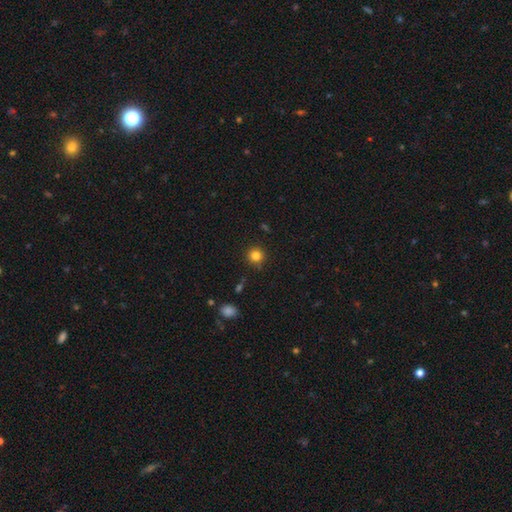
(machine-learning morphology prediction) A smooth galaxy with no disk features (82%) that is round (94%).

Vote fractions:
- Smooth or featured? smooth: 82% / star or artifact: 12% / featured or disk: 5%
- How rounded? round: 94% / in between: 5% / cigar-shaped: 1%
- Merging? none: 88% / minor disturbance: 8% / major disturbance: 2% / merger: 2%